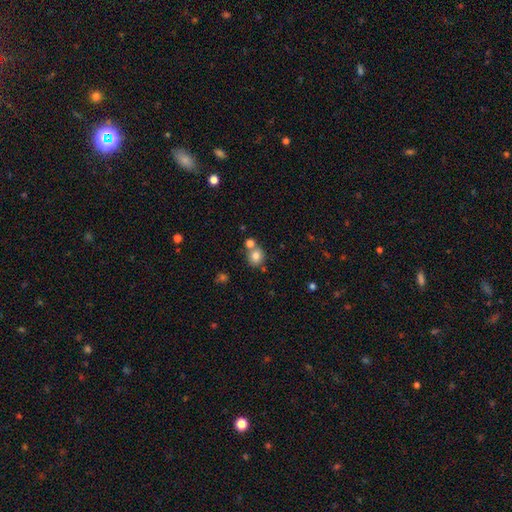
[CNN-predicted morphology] Smooth or featured?
  - smooth: 80% *
  - star or artifact: 11%
  - featured or disk: 9%
How rounded?
  - round: 79% *
  - in between: 21%
  - cigar-shaped: 1%
Merging?
  - none: 61% *
  - merger: 26%
  - minor disturbance: 10%
  - major disturbance: 3%